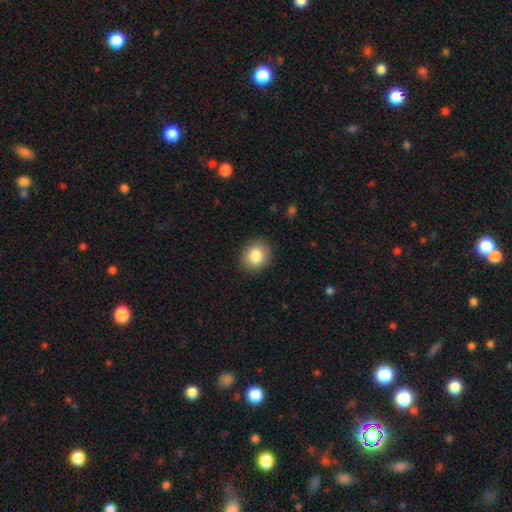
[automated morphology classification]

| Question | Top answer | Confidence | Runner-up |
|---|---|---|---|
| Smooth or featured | smooth | 85% | star or artifact (8%) |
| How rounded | round | 69% | in between (30%) |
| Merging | none | 89% | minor disturbance (7%) |